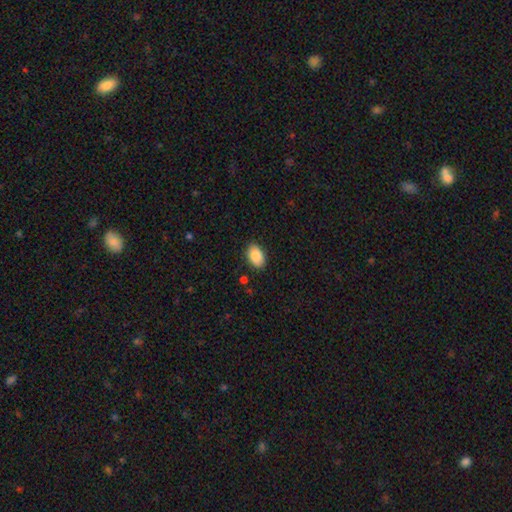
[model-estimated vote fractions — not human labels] Q: Smooth or featured?
A: smooth (88%); runner-up: star or artifact (7%)
Q: How rounded?
A: in between (91%); runner-up: round (7%)
Q: Merging?
A: none (87%); runner-up: minor disturbance (10%)